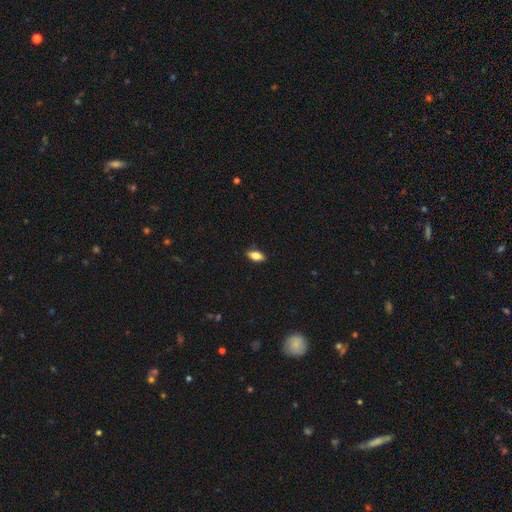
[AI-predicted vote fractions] The model was most divided on "smooth or featured": smooth: 80%, featured or disk: 12%, star or artifact: 8%. More confident: how rounded — in between (86%); merging — none (85%).